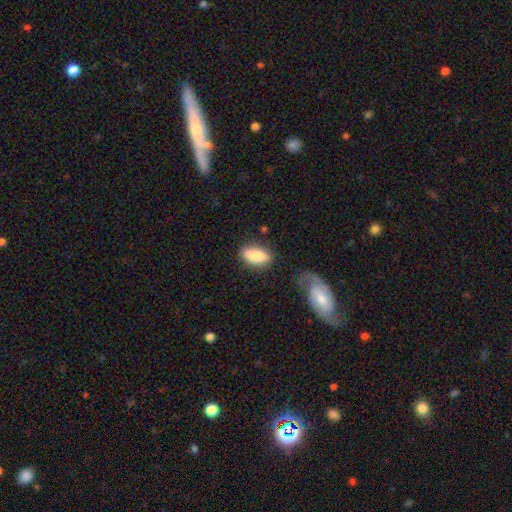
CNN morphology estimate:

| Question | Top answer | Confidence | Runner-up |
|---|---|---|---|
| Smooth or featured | smooth | 85% | featured or disk (9%) |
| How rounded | in between | 86% | cigar-shaped (11%) |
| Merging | none | 80% | minor disturbance (13%) |